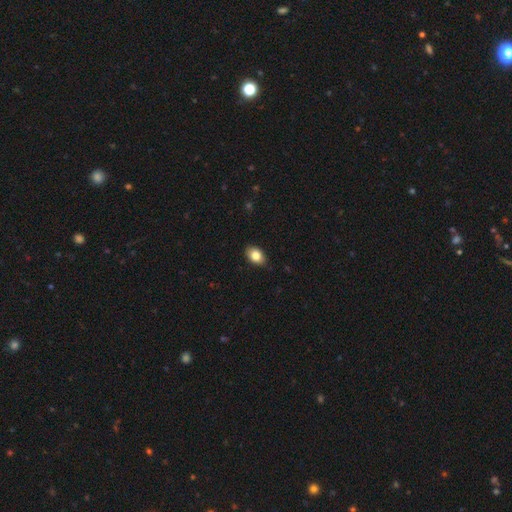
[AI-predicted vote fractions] smooth_or_featured: smooth (p=0.82) [alt: featured or disk p=0.10]
how_rounded: in between (p=0.85) [alt: round p=0.14]
merging: none (p=0.87) [alt: minor disturbance p=0.10]